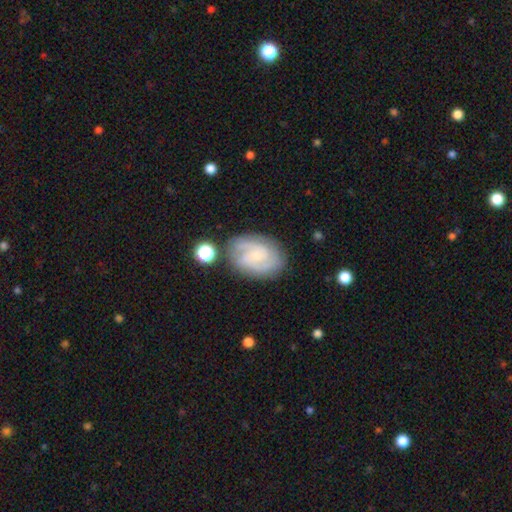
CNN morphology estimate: Overall: featured or disk (79%). Edge-on disk: no (97%). Bar: no (62%; weak 32%). Spiral arms: yes (95%). Spiral arm count: 2 (41%; 3 25%). Spiral winding: tight (51%; medium 39%). Bulge size: small (75%). Merging: none (76%).